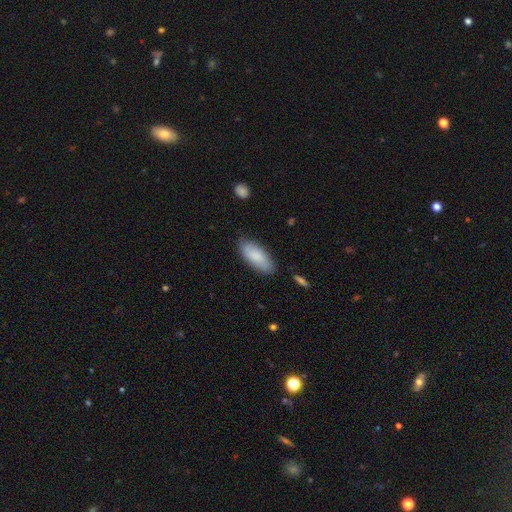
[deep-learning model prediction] smooth_or_featured: smooth (p=0.83) [alt: featured or disk p=0.11]
how_rounded: in between (p=0.81) [alt: cigar-shaped p=0.18]
merging: none (p=0.80) [alt: minor disturbance p=0.15]